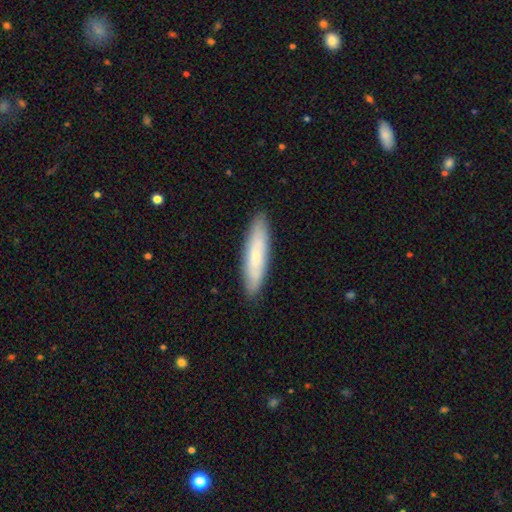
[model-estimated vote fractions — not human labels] Smooth or featured? Predicted: smooth (p=0.65). How rounded? Predicted: cigar-shaped (p=0.80). Merging? Predicted: none (p=0.89).